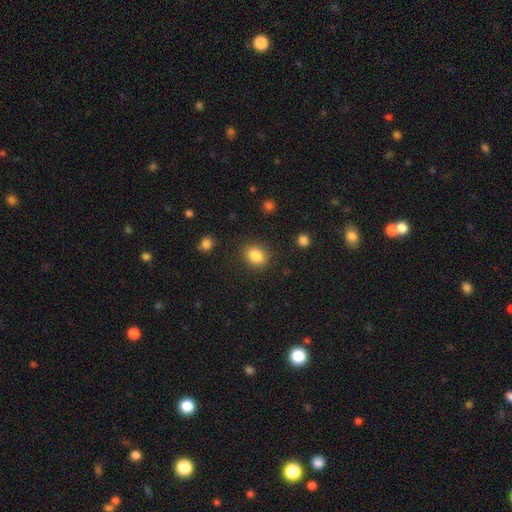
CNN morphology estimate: smooth-or-featured: smooth: 85% | star or artifact: 10% | featured or disk: 5%
  how-rounded: round: 50% | in between: 49% | cigar-shaped: 1%
  merging: none: 86% | minor disturbance: 9% | major disturbance: 3% | merger: 2%